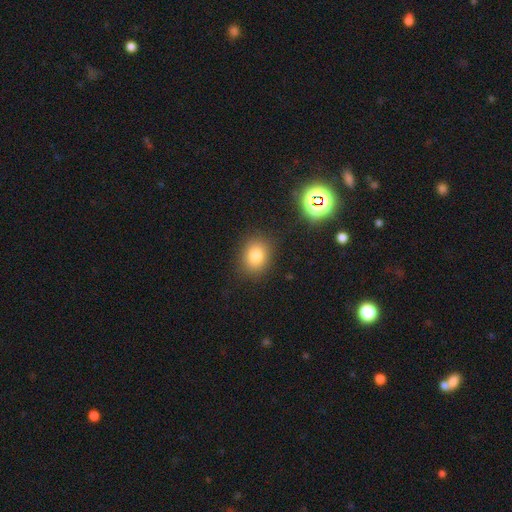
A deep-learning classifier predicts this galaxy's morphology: Smooth or featured?
  - smooth: 80% *
  - star or artifact: 12%
  - featured or disk: 8%
How rounded?
  - round: 52% *
  - in between: 47%
  - cigar-shaped: 1%
Merging?
  - none: 86% *
  - minor disturbance: 9%
  - major disturbance: 3%
  - merger: 2%